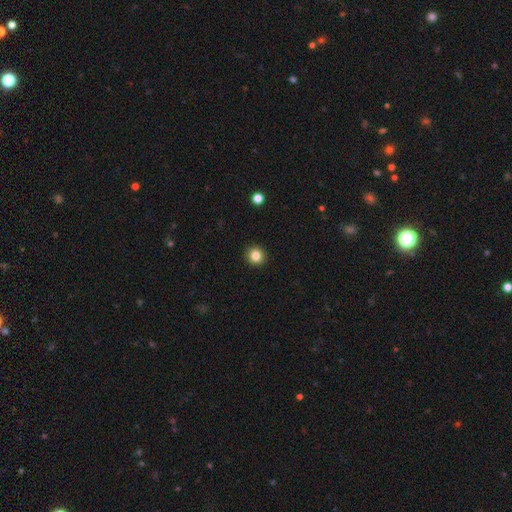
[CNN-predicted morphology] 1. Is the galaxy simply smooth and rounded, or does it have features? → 83% smooth, 11% star or artifact, 6% featured or disk.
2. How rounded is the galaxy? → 91% round, 8% in between, 1% cigar-shaped.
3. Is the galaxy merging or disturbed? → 93% none, 5% minor disturbance, 1% major disturbance, 1% merger.